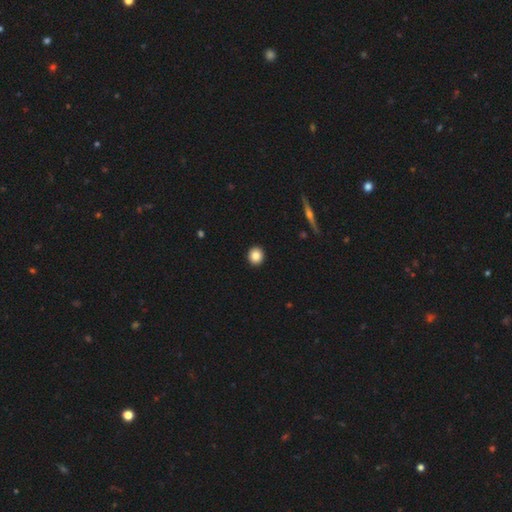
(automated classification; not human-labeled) The model was most divided on "how rounded": round: 87%, in between: 12%, cigar-shaped: 1%. More confident: merging — none (93%); smooth or featured — smooth (85%).